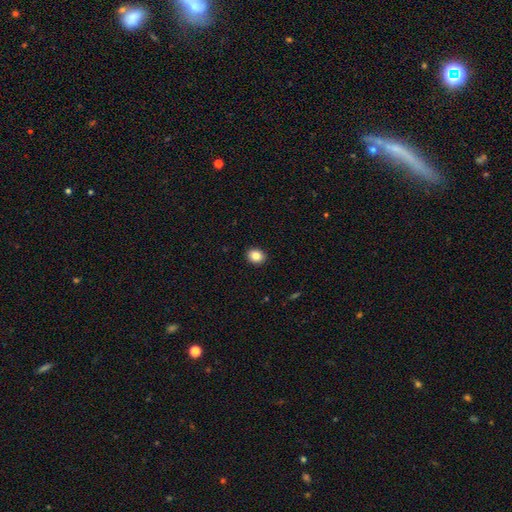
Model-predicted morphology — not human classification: smooth-or-featured: smooth: 85% | star or artifact: 9% | featured or disk: 6%
  how-rounded: in between: 50% | round: 49% | cigar-shaped: 1%
  merging: none: 92% | minor disturbance: 6% | major disturbance: 2% | merger: 1%